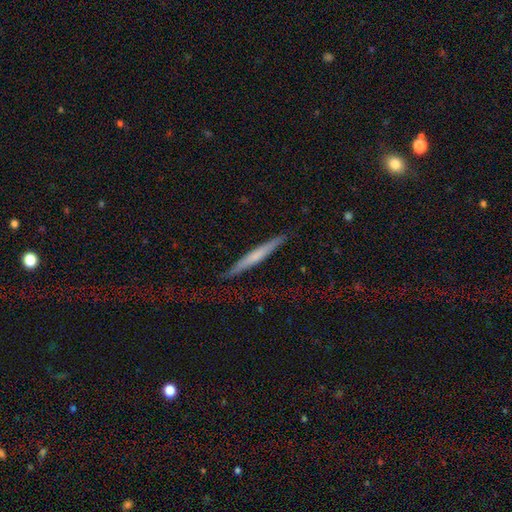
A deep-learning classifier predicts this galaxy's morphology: Q: Smooth or featured?
A: smooth (50%); runner-up: featured or disk (44%)
Q: Merging?
A: none (88%); runner-up: minor disturbance (9%)